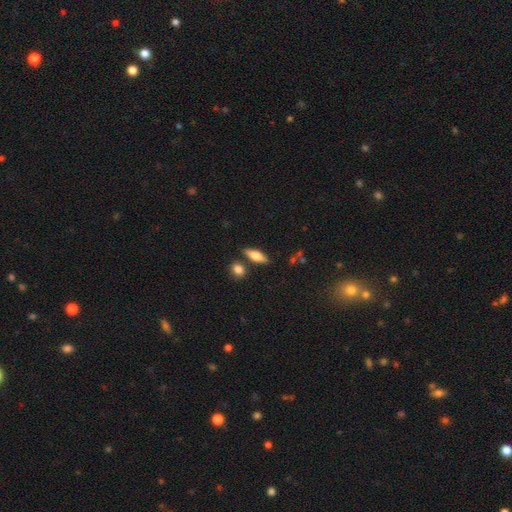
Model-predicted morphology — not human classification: smooth_or_featured: smooth (p=0.60) [alt: featured or disk p=0.34]
how_rounded: in between (p=0.60) [alt: cigar-shaped p=0.36]
merging: none (p=0.79) [alt: minor disturbance p=0.10]